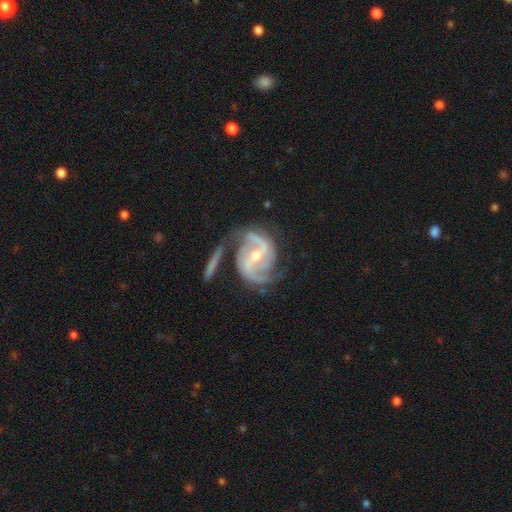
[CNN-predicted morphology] Smooth or featured: featured or disk — 91% (star or artifact — 5%)
Edge-on disk: no — 97% (yes — 3%)
Bar: strong — 42% (weak — 41%)
Spiral arms: yes — 98% (no — 2%)
Spiral winding: medium — 53% (tight — 26%)
Spiral arm count: 2 — 70% (3 — 16%)
Bulge size: small — 53% (moderate — 44%)
Merging: none — 59% (minor disturbance — 21%)